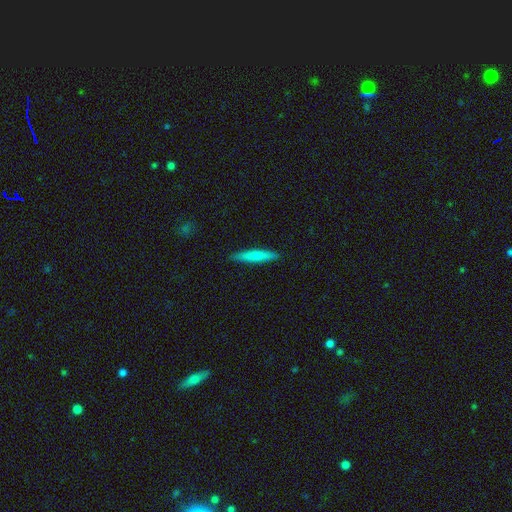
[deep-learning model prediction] This appears to be a smooth galaxy with no disk features (76%) that is cigar-shaped (92%). Merging: none (90%).